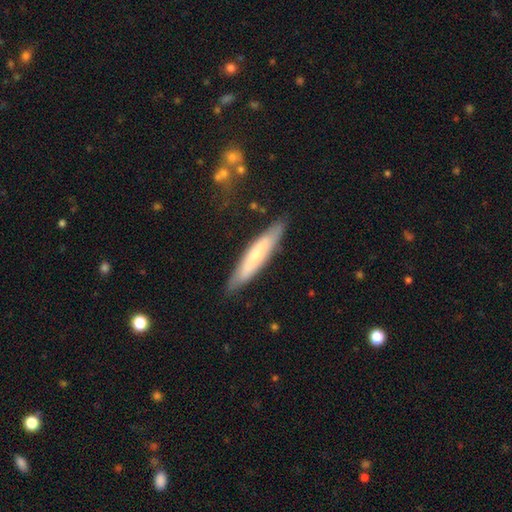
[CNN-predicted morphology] Q: Smooth or featured?
A: smooth (59%); runner-up: featured or disk (35%)
Q: How rounded?
A: cigar-shaped (88%); runner-up: in between (10%)
Q: Merging?
A: none (82%); runner-up: minor disturbance (13%)